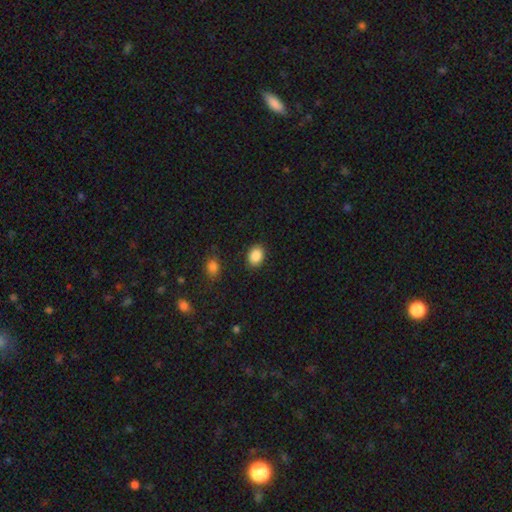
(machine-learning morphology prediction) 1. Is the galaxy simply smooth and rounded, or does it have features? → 89% smooth, 8% star or artifact, 3% featured or disk.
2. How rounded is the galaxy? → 65% in between, 34% round, 1% cigar-shaped.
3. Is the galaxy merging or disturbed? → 87% none, 8% minor disturbance, 3% major disturbance, 2% merger.